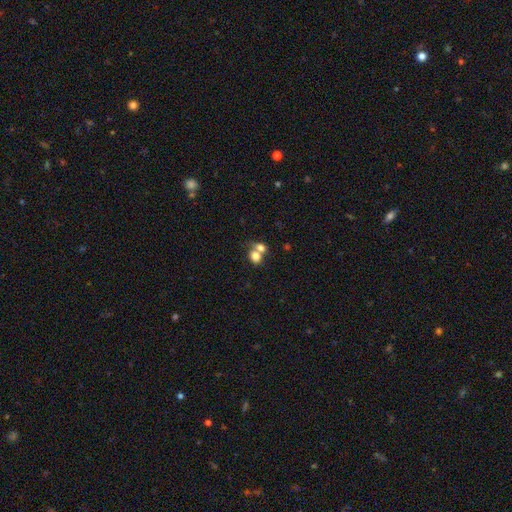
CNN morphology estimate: type=smooth (76%); roundness=round (58%); merging=merger (62%).